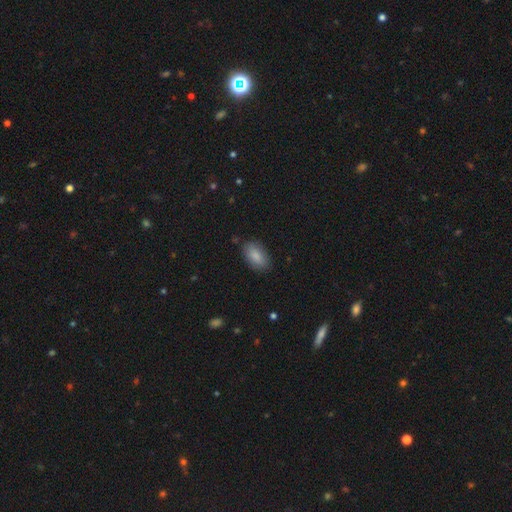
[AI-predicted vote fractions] Smooth or featured? smooth (86%)
How rounded? in between (92%)
Merging? none (84%)